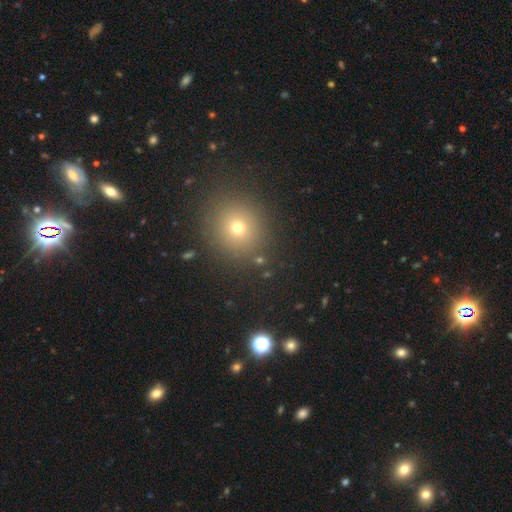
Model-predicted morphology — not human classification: Overall: smooth (57%; star or artifact 35%). How rounded: round (90%). Merging: none (90%).